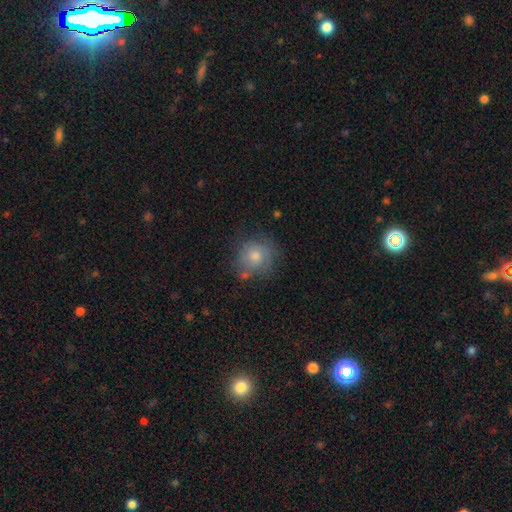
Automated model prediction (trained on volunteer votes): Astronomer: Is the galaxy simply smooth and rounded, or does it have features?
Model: smooth — 61%.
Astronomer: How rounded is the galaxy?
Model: round — 86%.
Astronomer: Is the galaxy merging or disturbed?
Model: none — 69%.